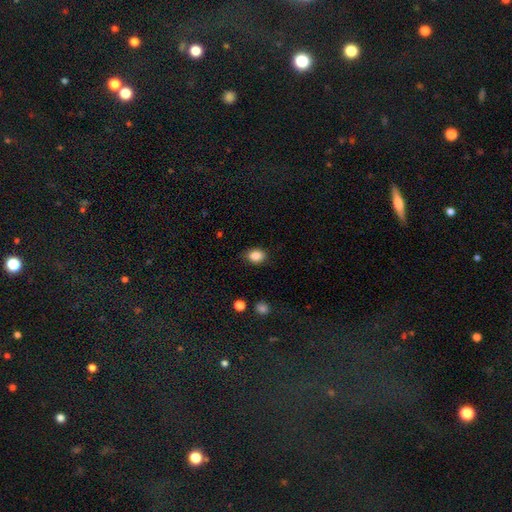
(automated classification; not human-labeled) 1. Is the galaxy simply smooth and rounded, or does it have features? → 87% smooth, 9% star or artifact, 4% featured or disk.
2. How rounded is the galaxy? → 66% in between, 33% round, 1% cigar-shaped.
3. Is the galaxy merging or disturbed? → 85% none, 11% minor disturbance, 3% major disturbance, 1% merger.